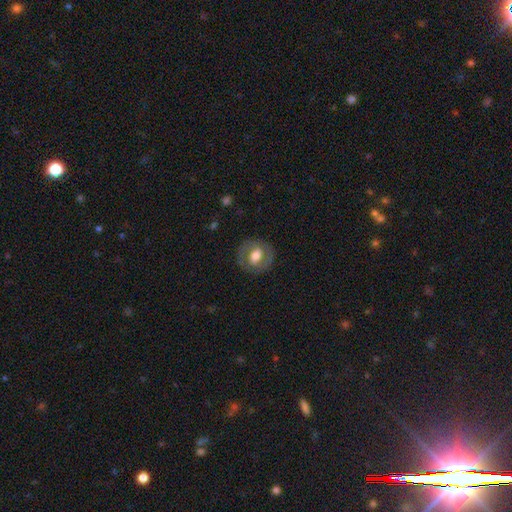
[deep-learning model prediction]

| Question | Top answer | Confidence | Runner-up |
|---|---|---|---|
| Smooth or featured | smooth | 47% | featured or disk (46%) |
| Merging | none | 82% | minor disturbance (11%) |